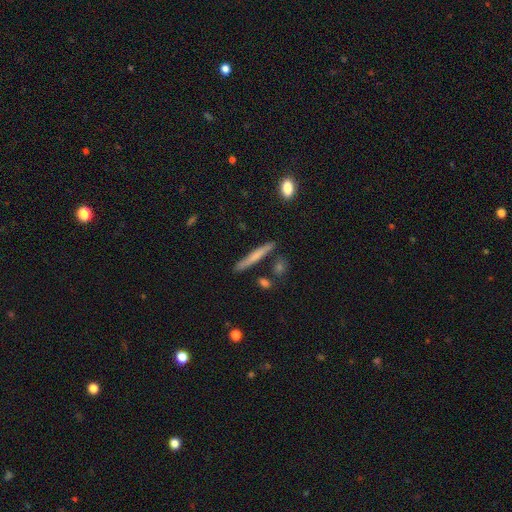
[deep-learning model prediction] smooth 59%, featured or disk 35%, star or artifact 7%. Down the decision tree: how rounded — cigar-shaped (94%); merging — none (84%).